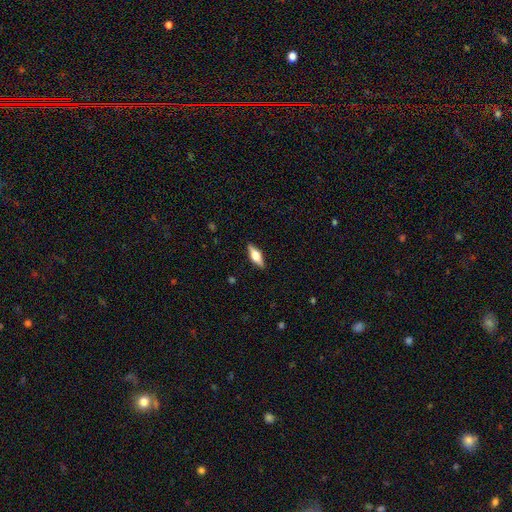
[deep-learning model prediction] Smooth or featured?
  - featured or disk: 51% *
  - smooth: 42%
  - star or artifact: 7%
Edge-on disk?
  - yes: 94% *
  - no: 6%
Merging?
  - none: 88% *
  - minor disturbance: 9%
  - major disturbance: 2%
  - merger: 1%